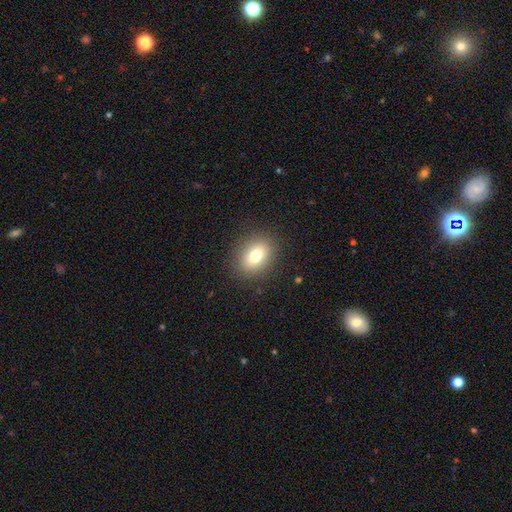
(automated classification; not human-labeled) smooth-or-featured: smooth: 78% | featured or disk: 12% | star or artifact: 10%
  how-rounded: in between: 68% | round: 30% | cigar-shaped: 1%
  merging: none: 88% | minor disturbance: 8% | major disturbance: 3% | merger: 1%